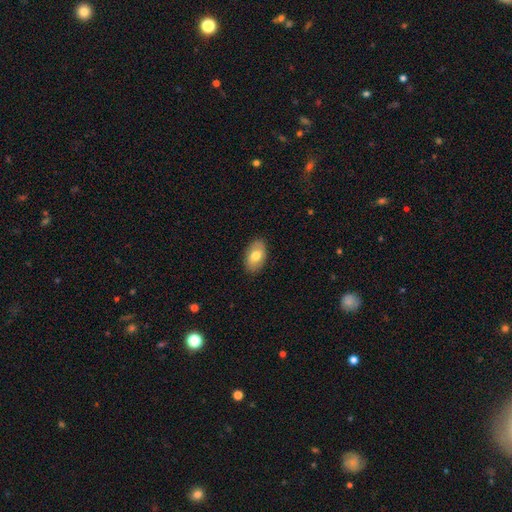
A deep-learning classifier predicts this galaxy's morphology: The model was most divided on "smooth or featured": smooth: 73%, featured or disk: 21%, star or artifact: 7%. More confident: how rounded — in between (92%); merging — none (86%).